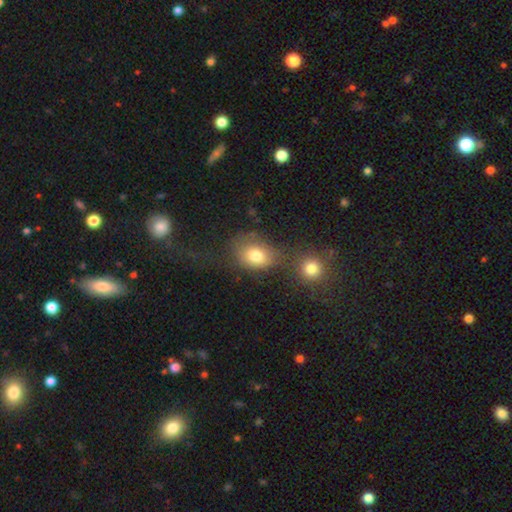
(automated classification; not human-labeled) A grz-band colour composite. It shows a smooth galaxy with no disk features (77%) that is in between round and cigar-shaped (61%). Merging: none (43%).